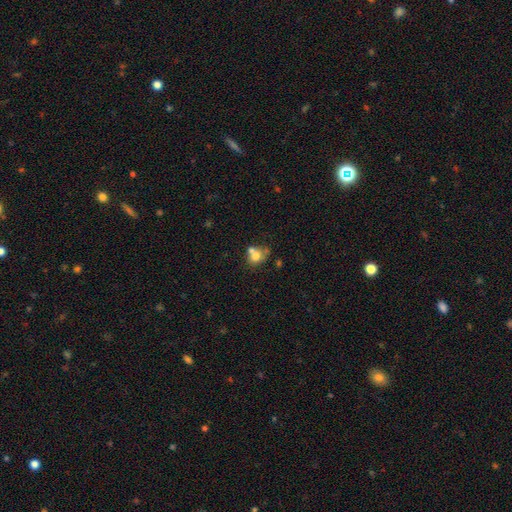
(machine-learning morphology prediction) A smooth galaxy with no disk features (70%) that is round (66%).

Vote fractions:
- Smooth or featured? smooth: 70% / featured or disk: 19% / star or artifact: 11%
- How rounded? round: 66% / in between: 33% / cigar-shaped: 1%
- Merging? merger: 46% / none: 37% / minor disturbance: 11% / major disturbance: 6%